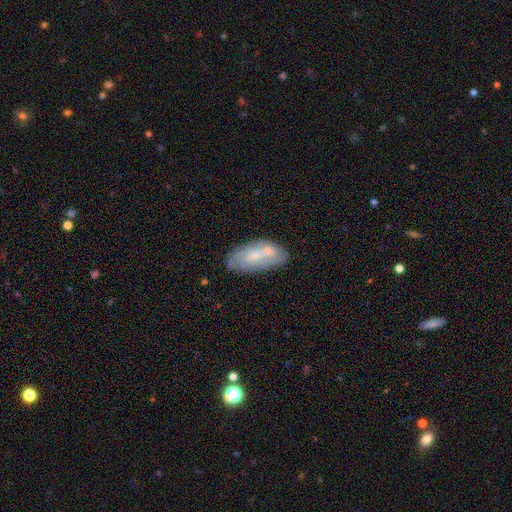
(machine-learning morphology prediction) The model was most divided on "smooth or featured": smooth: 49%, featured or disk: 44%, star or artifact: 7%. More confident: merging — none (55%).